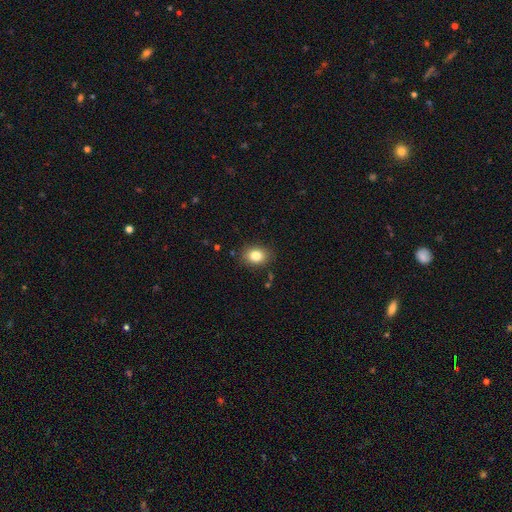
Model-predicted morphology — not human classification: Smooth or featured?
  - smooth: 83% *
  - star or artifact: 10%
  - featured or disk: 7%
How rounded?
  - in between: 59% *
  - round: 40%
  - cigar-shaped: 1%
Merging?
  - none: 86% *
  - minor disturbance: 10%
  - major disturbance: 3%
  - merger: 1%